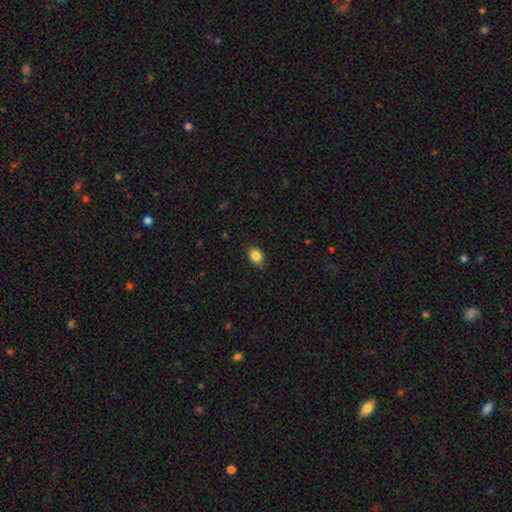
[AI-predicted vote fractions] Overall: smooth (86%). How rounded: in between (60%; round 39%). Merging: none (85%).